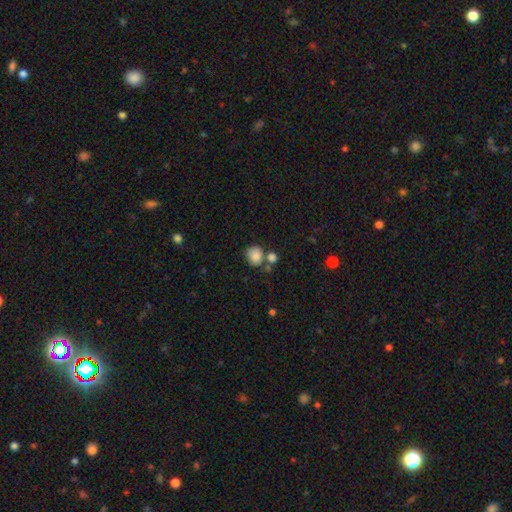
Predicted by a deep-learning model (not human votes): smooth 84%, star or artifact 9%, featured or disk 7%. Down the decision tree: how rounded — round (71%); merging — none (53%).